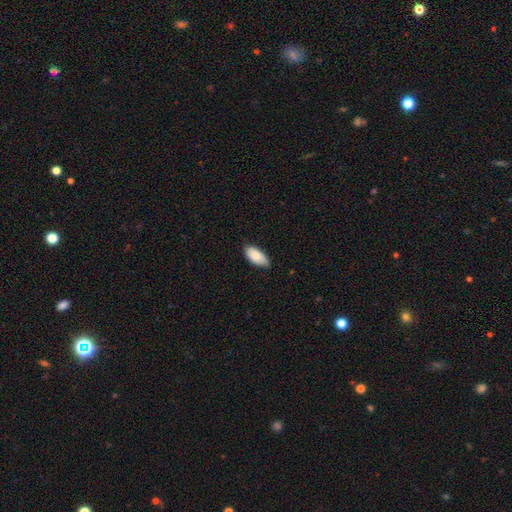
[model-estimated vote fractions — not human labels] Smooth or featured: smooth — 87% (featured or disk — 7%)
How rounded: in between — 93% (cigar-shaped — 5%)
Merging: none — 72% (minor disturbance — 24%)